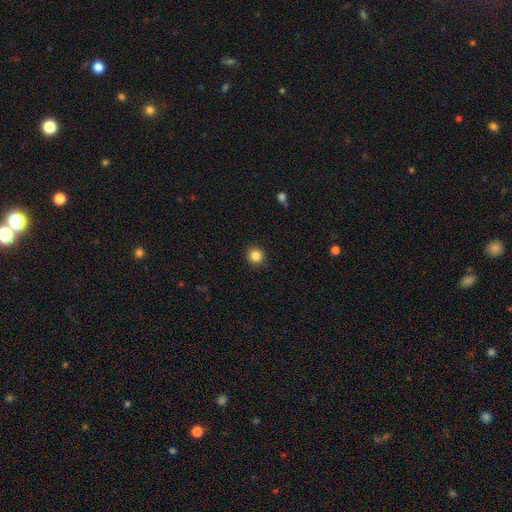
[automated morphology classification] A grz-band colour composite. It shows a smooth galaxy with no disk features (85%) that is round (93%). Merging: none (92%).